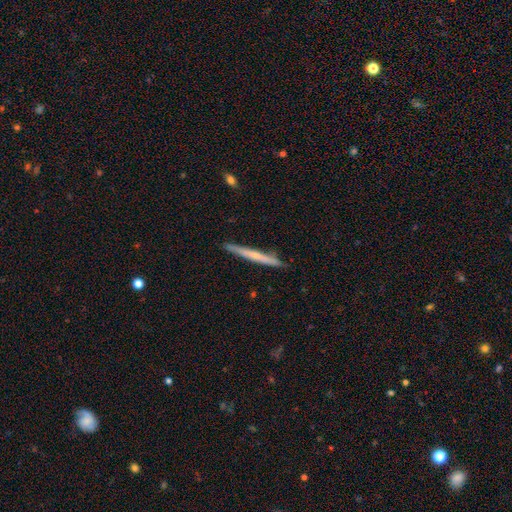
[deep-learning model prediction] Smooth or featured? Predicted: featured or disk (p=0.47, tied with smooth). Merging? Predicted: none (p=0.88).